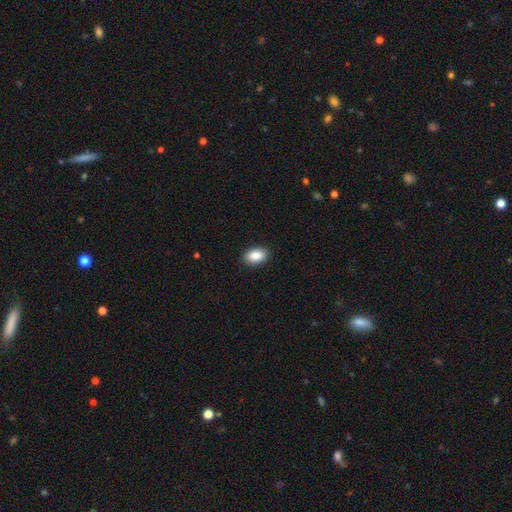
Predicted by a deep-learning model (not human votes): smooth_or_featured: smooth (p=0.89) [alt: star or artifact p=0.07]
how_rounded: in between (p=0.89) [alt: round p=0.10]
merging: none (p=0.90) [alt: minor disturbance p=0.07]